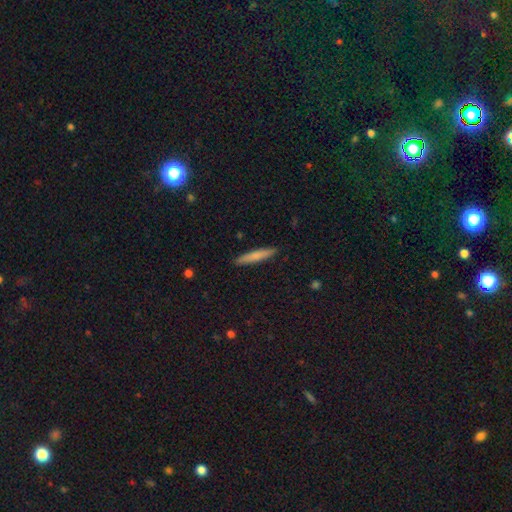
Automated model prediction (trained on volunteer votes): Q: Smooth or featured?
A: smooth (73%); runner-up: featured or disk (21%)
Q: How rounded?
A: cigar-shaped (93%); runner-up: in between (6%)
Q: Merging?
A: none (91%); runner-up: minor disturbance (6%)